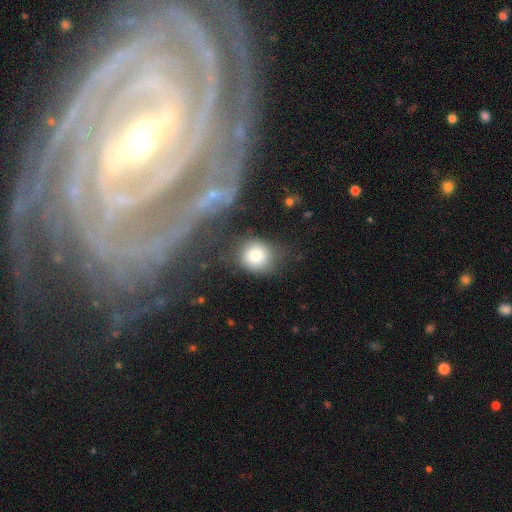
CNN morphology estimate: smooth 83%, featured or disk 9%, star or artifact 8%. Down the decision tree: how rounded — round (78%); merging — none (69%).